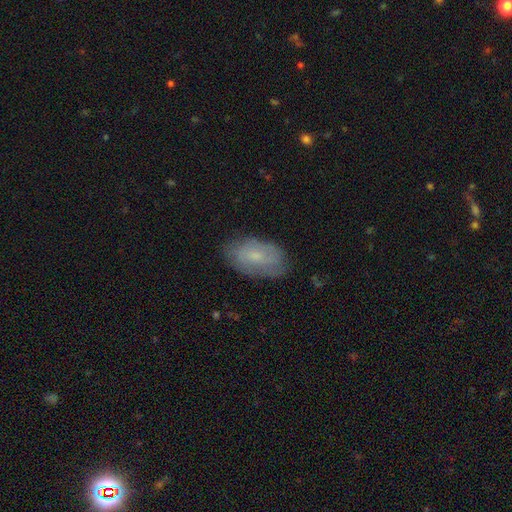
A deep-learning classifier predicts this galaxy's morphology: Smooth or featured? smooth (55%)
How rounded? in between (92%)
Merging? none (72%)